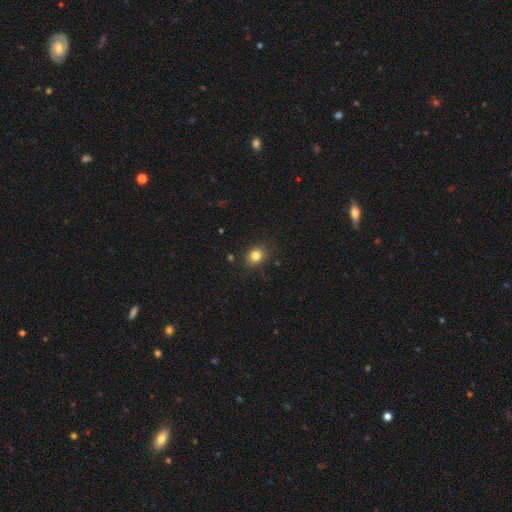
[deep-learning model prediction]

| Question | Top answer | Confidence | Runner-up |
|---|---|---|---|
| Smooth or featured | smooth | 82% | star or artifact (11%) |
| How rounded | round | 50% | in between (49%) |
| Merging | none | 82% | minor disturbance (13%) |